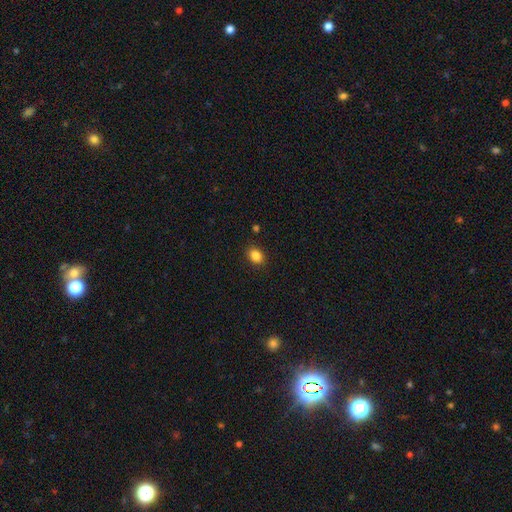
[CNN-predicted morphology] Overall: smooth (85%). How rounded: in between (60%; round 39%). Merging: none (88%).